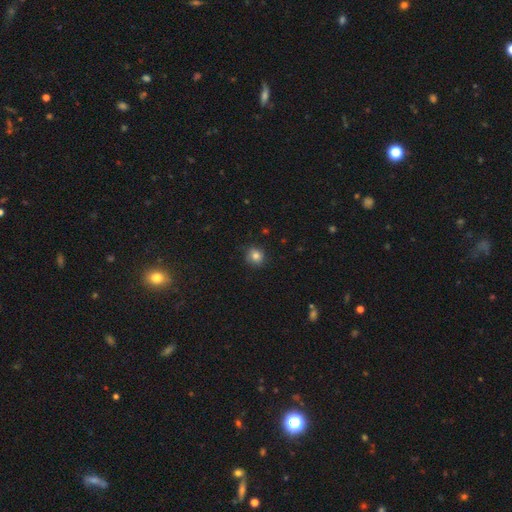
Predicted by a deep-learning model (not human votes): A smooth galaxy with no disk features (81%) that is round (81%). Merging: none (82%).